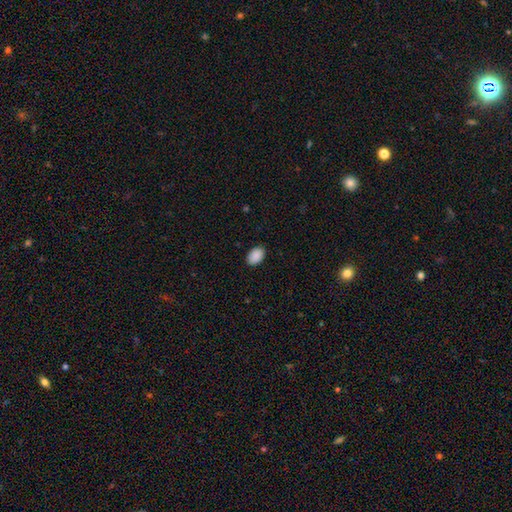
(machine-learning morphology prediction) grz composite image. It shows a smooth galaxy with no disk features (91%) that is in between round and cigar-shaped (87%). Merging: none (89%).